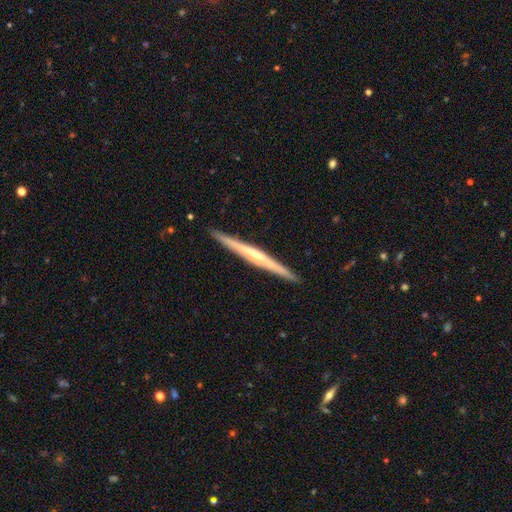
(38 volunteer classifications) smooth-or-featured: featured or disk: 84% | smooth: 11% | star or artifact: 5%
  disk-edge-on: yes: 97% | no: 3%
    edge-on-bulge: rounded: 61% | none: 35% | boxy: 3%
  merging: none: 86% | minor disturbance: 8% | major disturbance: 3% | merger: 3%